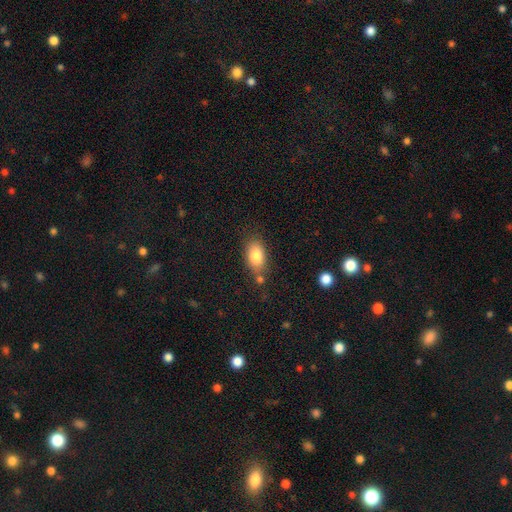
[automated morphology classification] The model was most divided on "merging": none: 69%, minor disturbance: 16%, merger: 10%, major disturbance: 4%. More confident: how rounded — in between (88%); smooth or featured — smooth (82%).